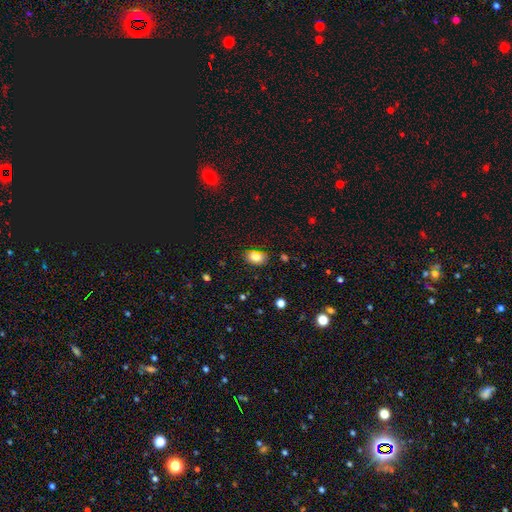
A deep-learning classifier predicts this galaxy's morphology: smooth 82%, star or artifact 10%, featured or disk 8%. Down the decision tree: how rounded — in between (81%); merging — none (81%).